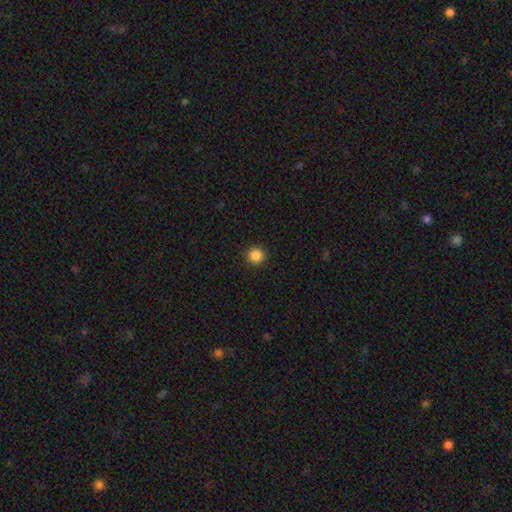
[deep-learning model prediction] Morphology: type=smooth (86%); roundness=round (95%); merging=none (93%).